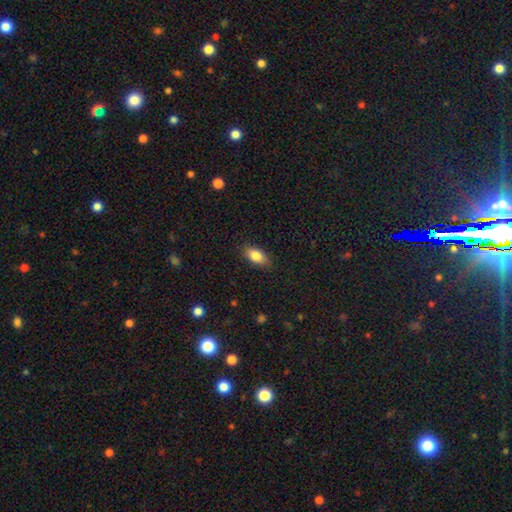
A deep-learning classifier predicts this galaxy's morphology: Overall: smooth (83%). How rounded: in between (89%). Merging: none (85%).